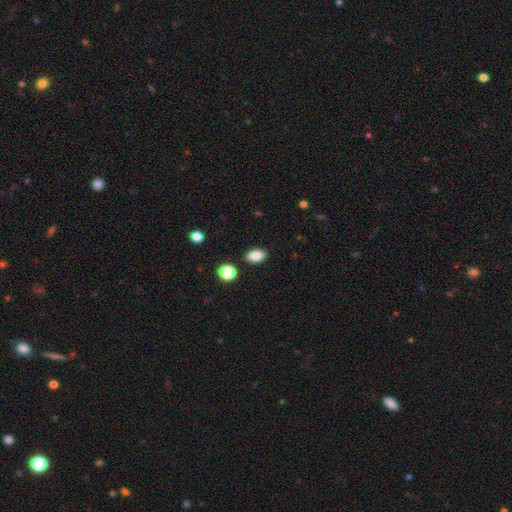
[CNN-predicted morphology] This is clearly a smooth galaxy (85%). How rounded: clearly in between (81%). Merging: clearly none (87%).